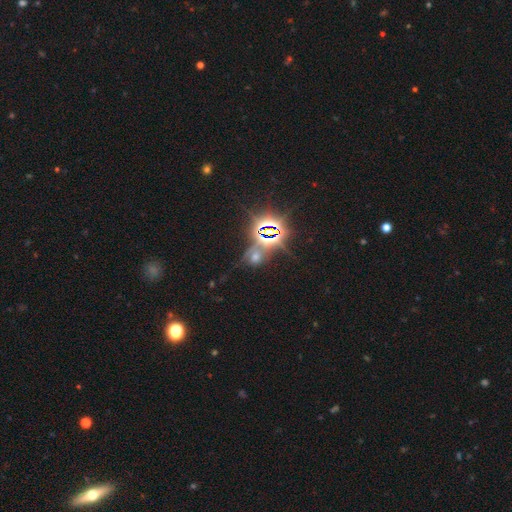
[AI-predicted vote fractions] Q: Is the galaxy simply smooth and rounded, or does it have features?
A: star or artifact — 74%.